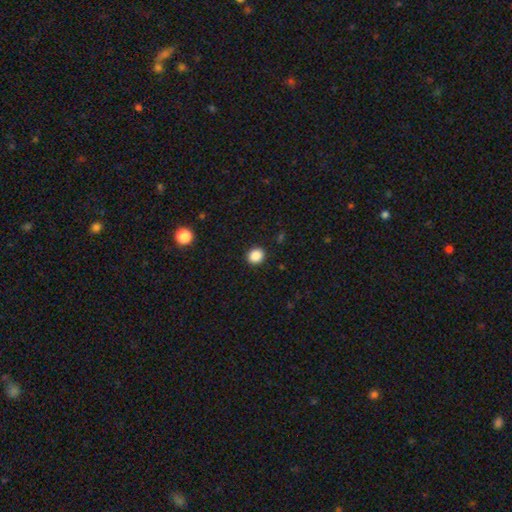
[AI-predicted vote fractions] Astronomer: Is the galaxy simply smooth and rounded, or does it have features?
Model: smooth — 87%.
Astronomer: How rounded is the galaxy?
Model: round — 81%.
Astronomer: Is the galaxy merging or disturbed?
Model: none — 92%.